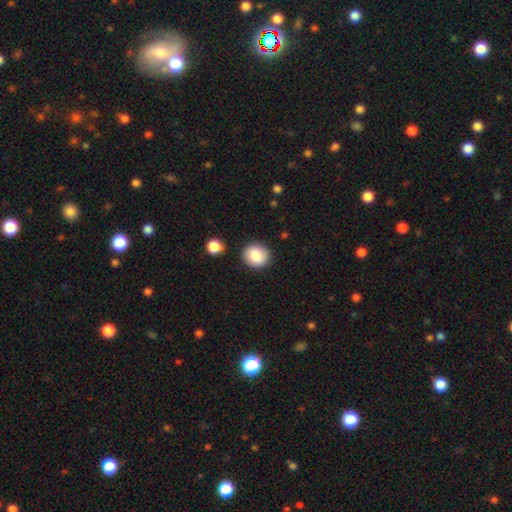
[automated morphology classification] A smooth galaxy with no disk features (85%) that is round (79%).

Vote fractions:
- Smooth or featured? smooth: 85% / star or artifact: 8% / featured or disk: 7%
- How rounded? round: 79% / in between: 20% / cigar-shaped: 1%
- Merging? none: 86% / minor disturbance: 9% / merger: 3% / major disturbance: 2%